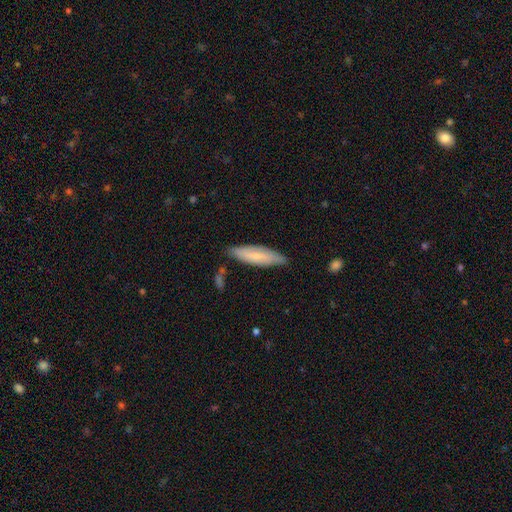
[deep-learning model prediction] The model was most divided on "how rounded": cigar-shaped: 62%, in between: 36%, round: 2%. More confident: merging — none (77%); smooth or featured — smooth (65%).